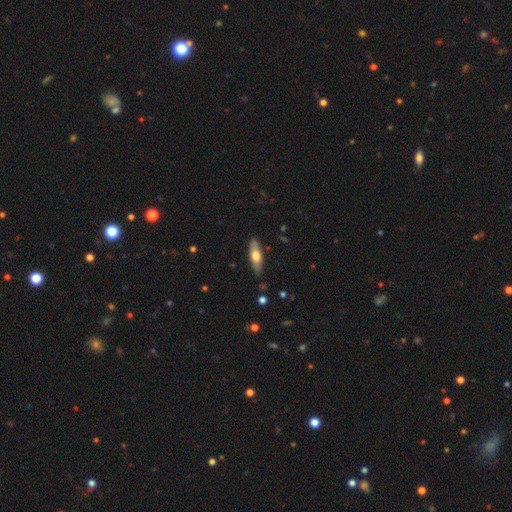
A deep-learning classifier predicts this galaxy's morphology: type=smooth (54%); roundness=cigar-shaped (54%); merging=none (85%).